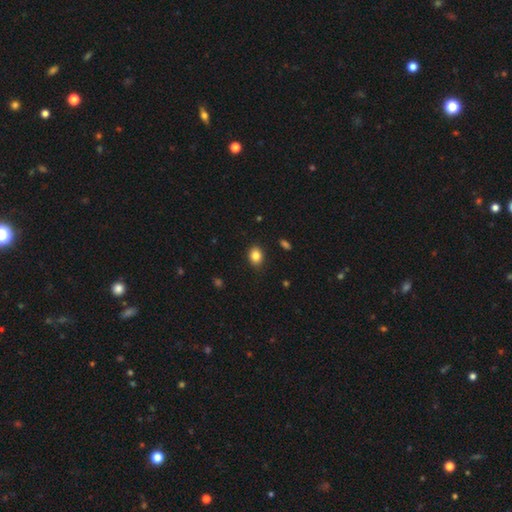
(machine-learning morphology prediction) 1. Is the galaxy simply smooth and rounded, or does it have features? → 85% smooth, 9% star or artifact, 6% featured or disk.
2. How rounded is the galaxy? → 57% in between, 42% round, 1% cigar-shaped.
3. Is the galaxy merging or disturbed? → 88% none, 8% minor disturbance, 2% major disturbance, 1% merger.